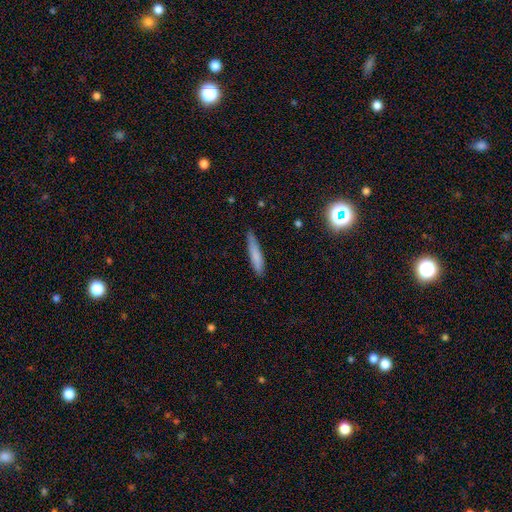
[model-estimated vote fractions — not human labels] This appears to be a smooth galaxy with no disk features (77%) that is cigar-shaped (88%). Merging: none (78%).